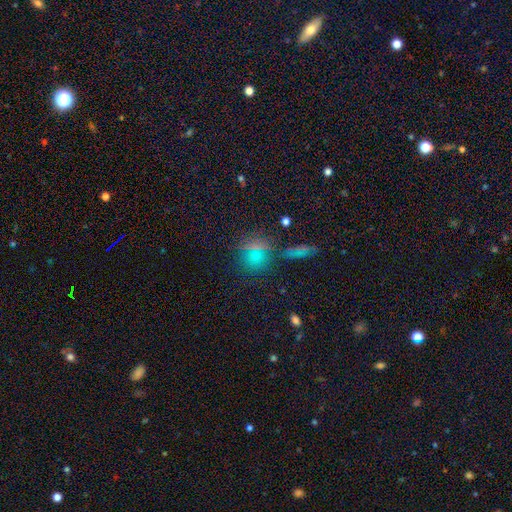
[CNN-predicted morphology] A smooth galaxy with no disk features (62%) that is round (85%). Merging: none (78%).